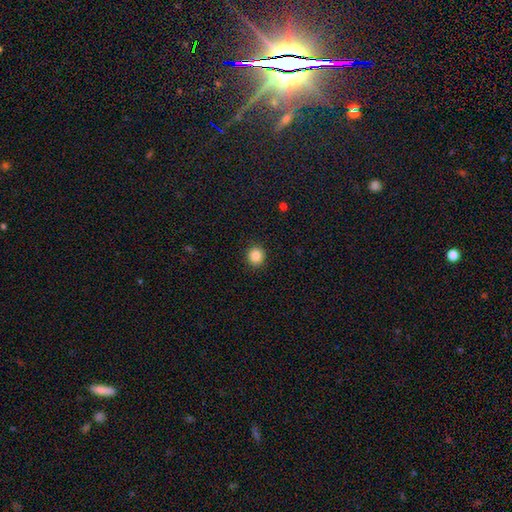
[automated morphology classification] A smooth galaxy with no disk features (87%) that is round (90%). Merging: none (92%).